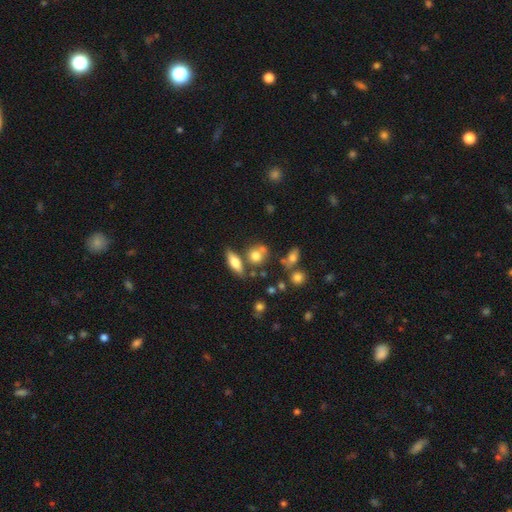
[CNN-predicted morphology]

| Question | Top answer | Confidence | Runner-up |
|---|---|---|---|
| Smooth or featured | smooth | 72% | featured or disk (16%) |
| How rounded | round | 63% | in between (31%) |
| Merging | none | 56% | merger (25%) |